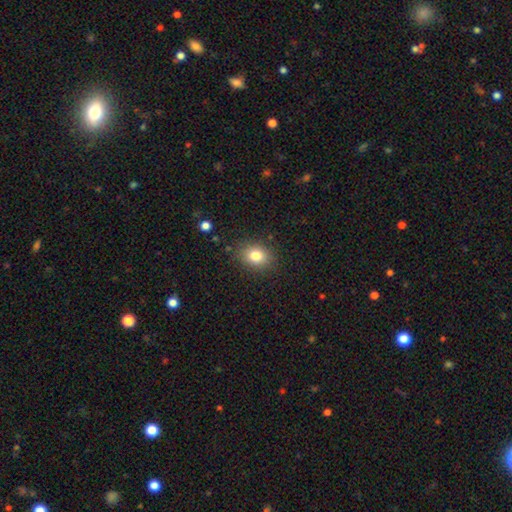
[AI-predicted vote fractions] A smooth galaxy with no disk features (81%) that is in between round and cigar-shaped (58%). Merging: none (85%).